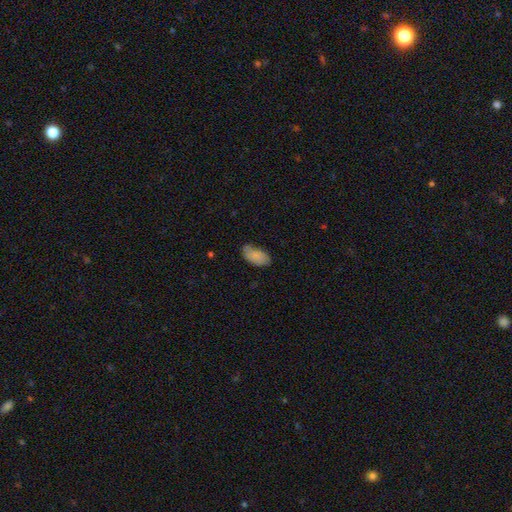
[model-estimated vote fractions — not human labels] Smooth or featured?
  - smooth: 83% *
  - featured or disk: 10%
  - star or artifact: 7%
How rounded?
  - in between: 94% *
  - round: 3%
  - cigar-shaped: 3%
Merging?
  - none: 61% *
  - minor disturbance: 30%
  - major disturbance: 6%
  - merger: 3%